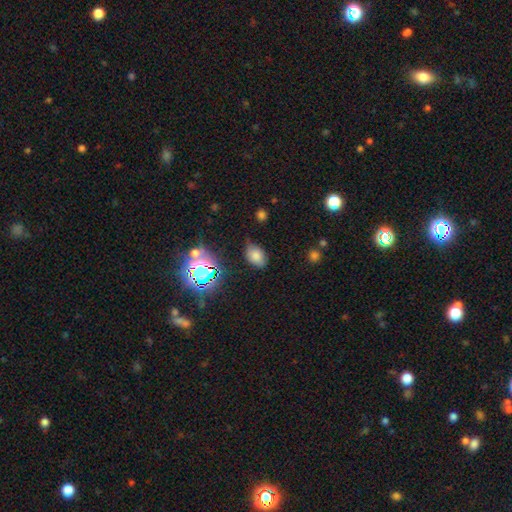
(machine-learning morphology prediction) Q: Smooth or featured?
A: smooth (64%); runner-up: star or artifact (25%)
Q: How rounded?
A: in between (80%); runner-up: round (19%)
Q: Merging?
A: none (73%); runner-up: minor disturbance (19%)